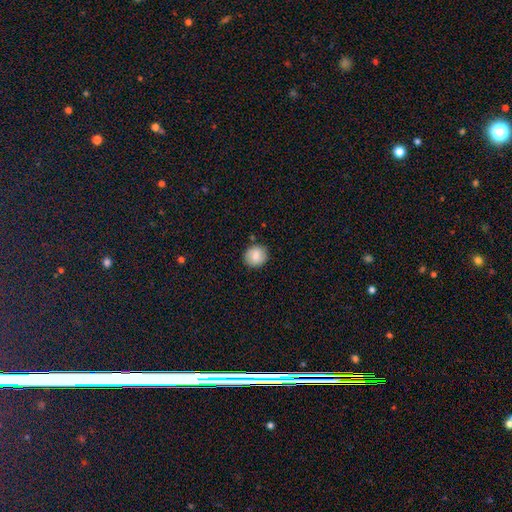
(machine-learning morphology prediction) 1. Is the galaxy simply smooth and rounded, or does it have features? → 82% smooth, 10% featured or disk, 8% star or artifact.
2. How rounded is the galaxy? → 85% round, 14% in between, 1% cigar-shaped.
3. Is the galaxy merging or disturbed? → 87% none, 10% minor disturbance, 2% major disturbance, 2% merger.